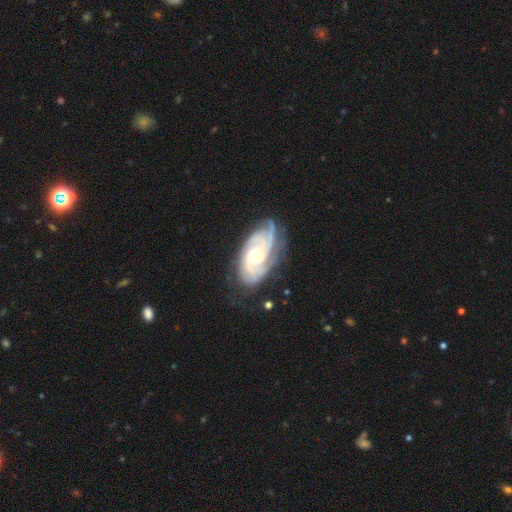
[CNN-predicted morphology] Overall: featured or disk (88%). Edge-on disk: no (96%). Bar: no (71%). Spiral arms: yes (98%). Spiral arm count: 3 (39%; can't tell 18%). Spiral winding: tight (72%). Bulge size: moderate (68%). Merging: none (73%).